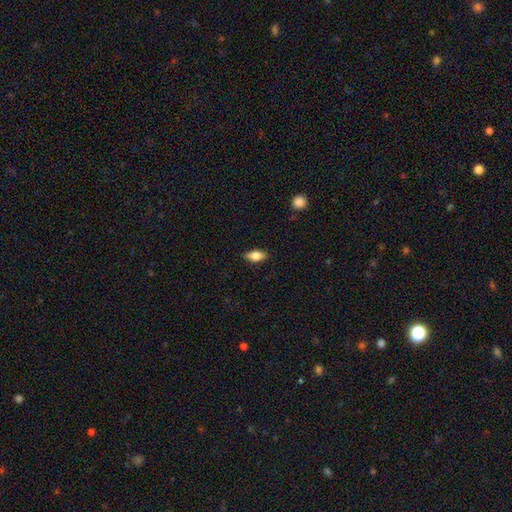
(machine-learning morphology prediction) Overall: smooth (76%). How rounded: in between (86%). Merging: none (87%).